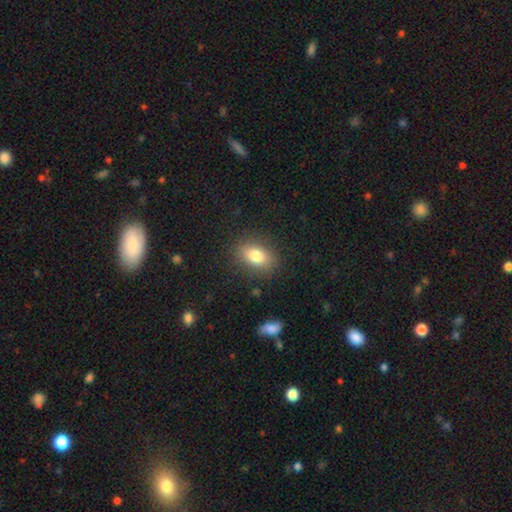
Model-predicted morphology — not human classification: A smooth galaxy with no disk features (81%) that is in between round and cigar-shaped (82%). Merging: none (86%).